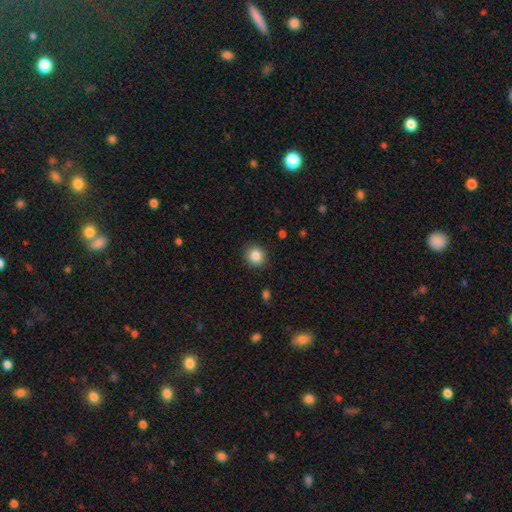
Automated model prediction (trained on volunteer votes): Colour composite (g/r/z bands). It shows a smooth galaxy with no disk features (86%) that is round (86%). Merging: none (90%).